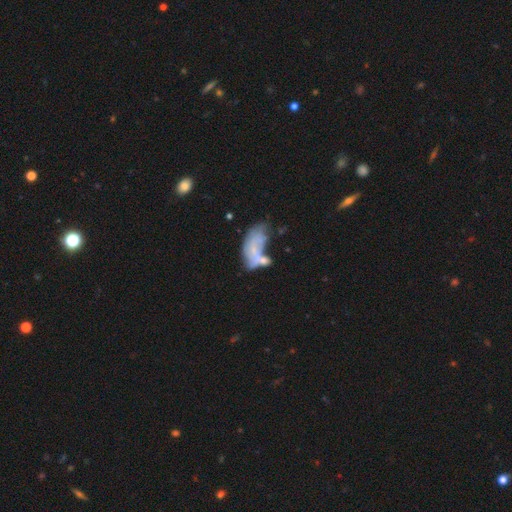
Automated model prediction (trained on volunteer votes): A smooth galaxy with no disk features (46%).

Vote fractions:
- Smooth or featured? smooth: 46% / featured or disk: 45% / star or artifact: 9%
- Merging? merger: 37% / major disturbance: 25% / none: 20% / minor disturbance: 18%